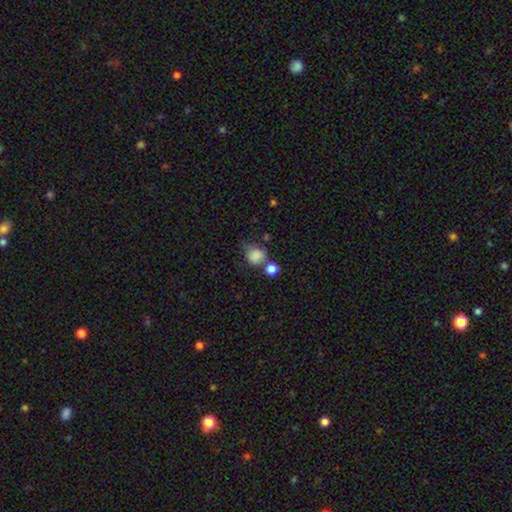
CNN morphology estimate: smooth_or_featured: smooth (p=0.83) [alt: star or artifact p=0.10]
how_rounded: round (p=0.74) [alt: in between p=0.25]
merging: none (p=0.48) [alt: merger p=0.22]